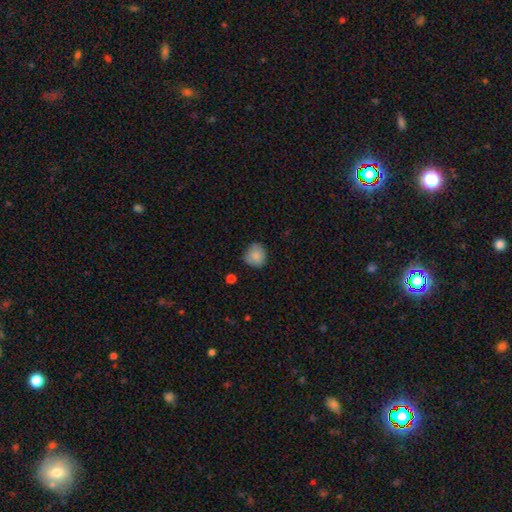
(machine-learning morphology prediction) Overall: smooth (84%). How rounded: round (83%). Merging: none (73%).